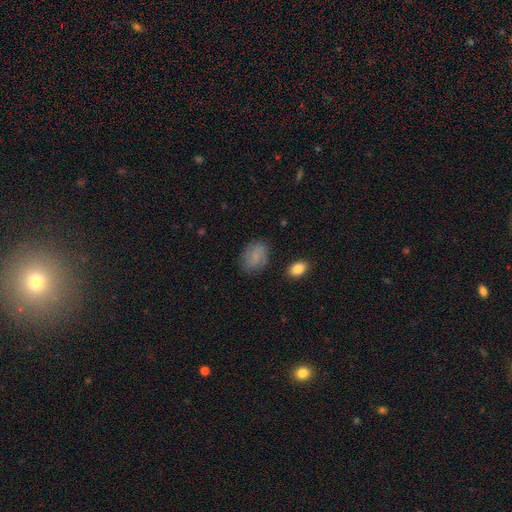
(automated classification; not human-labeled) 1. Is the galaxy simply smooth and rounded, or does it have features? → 67% smooth, 23% featured or disk, 10% star or artifact.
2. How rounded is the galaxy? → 66% in between, 33% round, 2% cigar-shaped.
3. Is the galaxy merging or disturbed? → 77% none, 16% minor disturbance, 5% major disturbance, 2% merger.